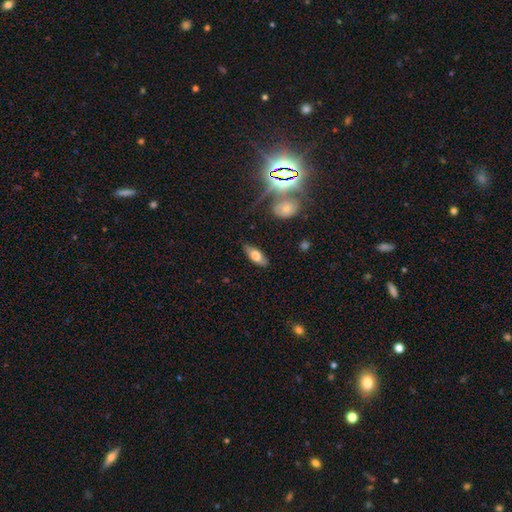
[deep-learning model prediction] Smooth or featured? Predicted: smooth (p=0.67). How rounded? Predicted: in between (p=0.78). Merging? Predicted: none (p=0.83).